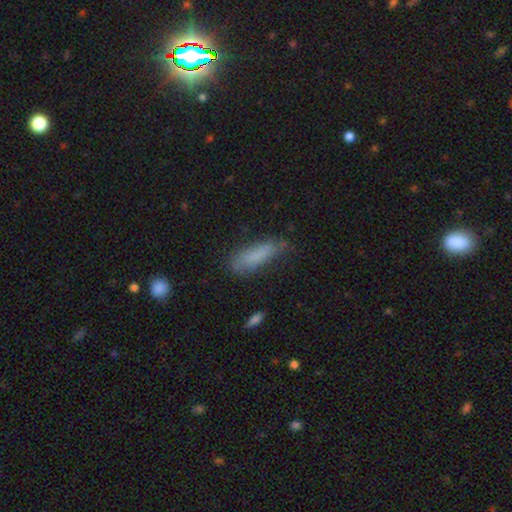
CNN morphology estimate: type=smooth (80%); roundness=cigar-shaped (57%); merging=none (60%).